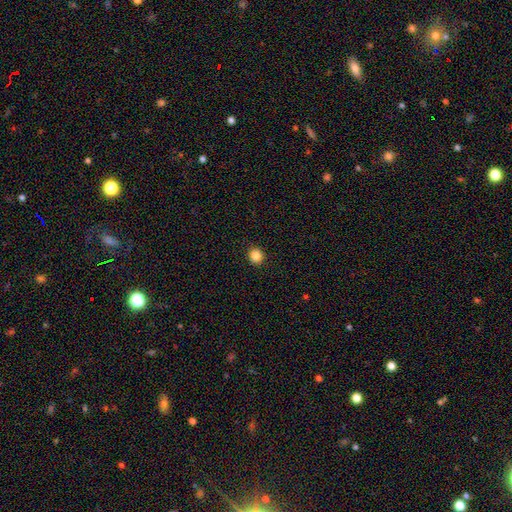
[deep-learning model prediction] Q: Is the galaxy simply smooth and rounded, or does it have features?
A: smooth — 85%.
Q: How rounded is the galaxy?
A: round — 90%.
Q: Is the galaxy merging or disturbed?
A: none — 93%.